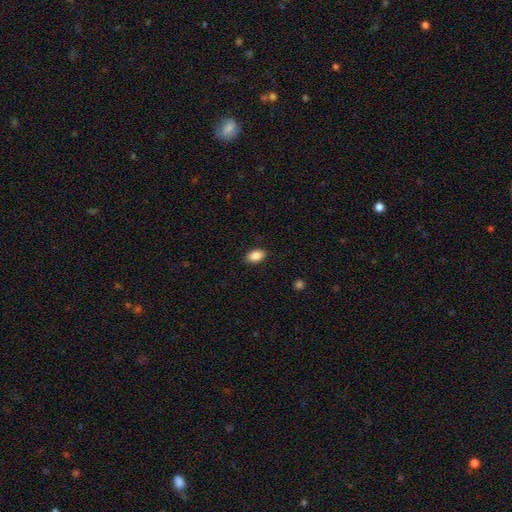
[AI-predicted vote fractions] smooth_or_featured: smooth (p=0.88) [alt: star or artifact p=0.08]
how_rounded: in between (p=0.91) [alt: round p=0.08]
merging: none (p=0.88) [alt: minor disturbance p=0.08]